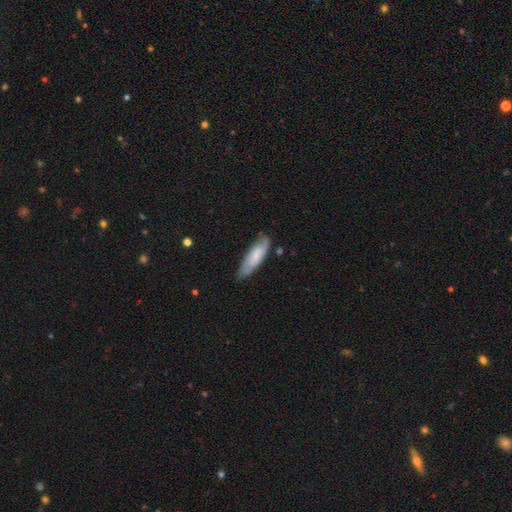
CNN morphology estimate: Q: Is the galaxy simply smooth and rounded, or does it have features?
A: smooth — 65%.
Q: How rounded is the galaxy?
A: cigar-shaped — 53%.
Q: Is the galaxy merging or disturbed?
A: none — 72%.